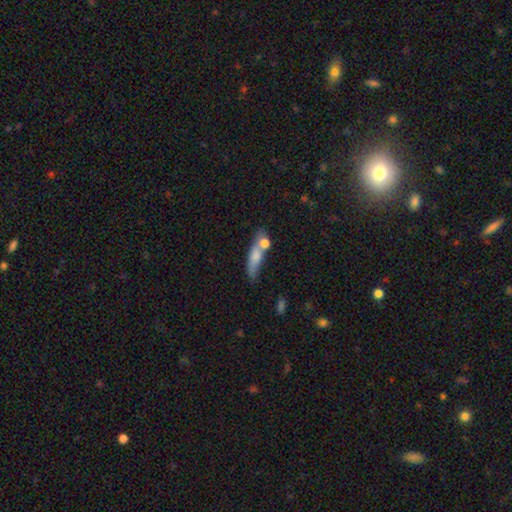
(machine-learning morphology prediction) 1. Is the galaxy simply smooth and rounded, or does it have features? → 69% smooth, 23% featured or disk, 8% star or artifact.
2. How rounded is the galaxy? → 60% cigar-shaped, 34% in between, 6% round.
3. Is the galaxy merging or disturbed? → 44% none, 28% merger, 18% minor disturbance, 9% major disturbance.